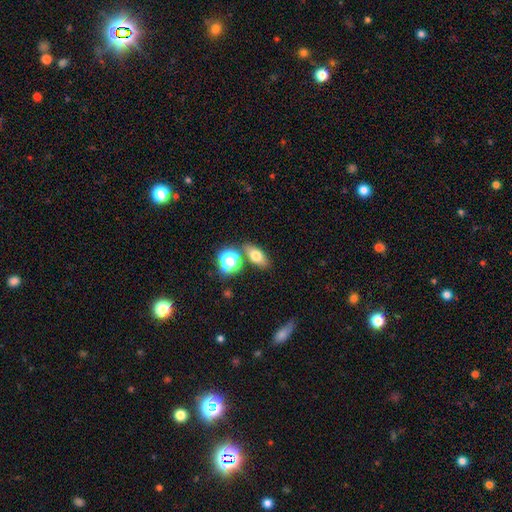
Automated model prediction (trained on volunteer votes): smooth_or_featured: smooth (p=0.70) [alt: featured or disk p=0.17]
how_rounded: in between (p=0.73) [alt: round p=0.16]
merging: none (p=0.75) [alt: merger p=0.12]